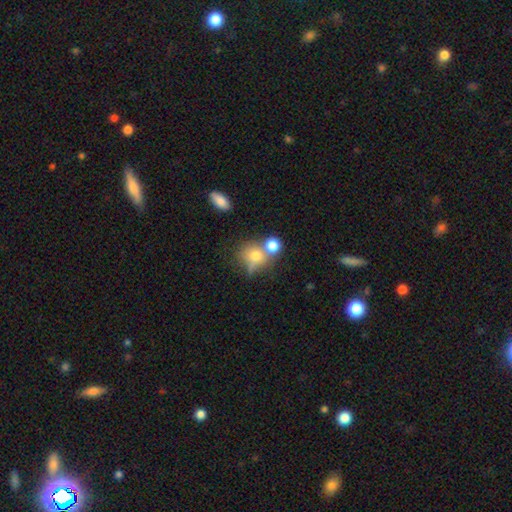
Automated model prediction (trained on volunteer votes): This is likely a smooth galaxy (72%). How rounded: likely round (76%). Merging: marginally merger (42%).